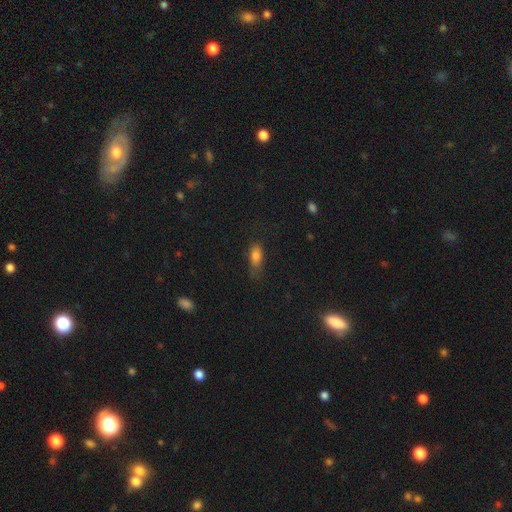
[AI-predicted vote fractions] Smooth or featured?
  - smooth: 80% *
  - featured or disk: 10%
  - star or artifact: 10%
How rounded?
  - in between: 77% *
  - cigar-shaped: 19%
  - round: 4%
Merging?
  - none: 59% *
  - minor disturbance: 29%
  - major disturbance: 10%
  - merger: 2%